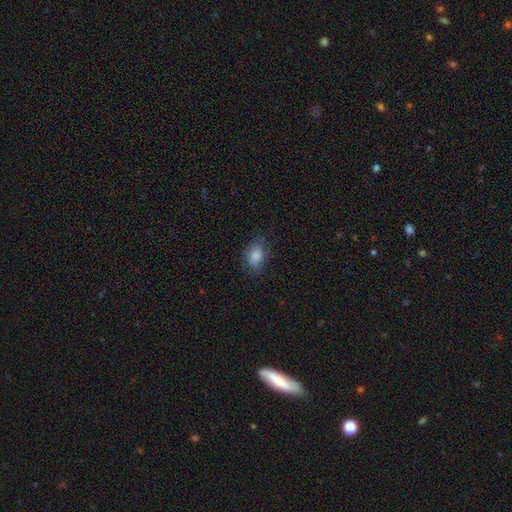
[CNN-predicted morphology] This appears to be a smooth galaxy with no disk features (84%) that is in between round and cigar-shaped (74%). Merging: none (73%).